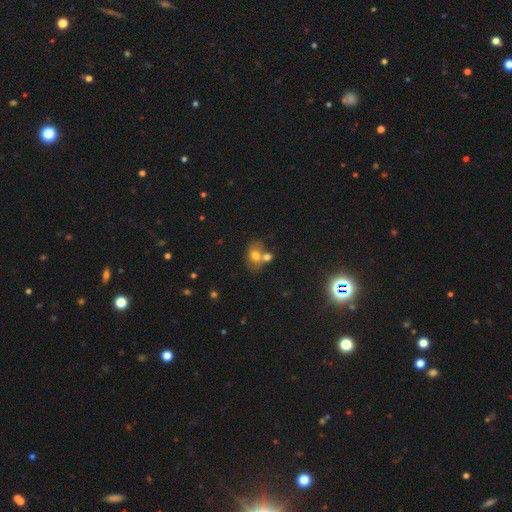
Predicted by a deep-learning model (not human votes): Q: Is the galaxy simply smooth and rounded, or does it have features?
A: smooth — 67%.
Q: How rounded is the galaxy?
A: in between — 61%.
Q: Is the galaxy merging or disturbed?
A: merger — 42%.